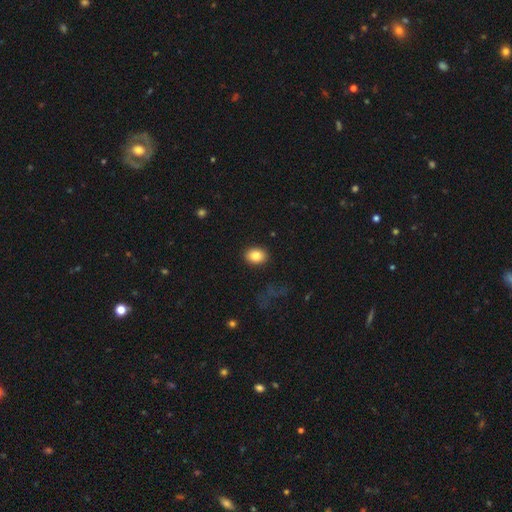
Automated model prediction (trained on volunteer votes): Smooth or featured?
  - smooth: 85% *
  - star or artifact: 8%
  - featured or disk: 6%
How rounded?
  - in between: 64% *
  - round: 35%
  - cigar-shaped: 1%
Merging?
  - none: 89% *
  - minor disturbance: 7%
  - major disturbance: 2%
  - merger: 1%